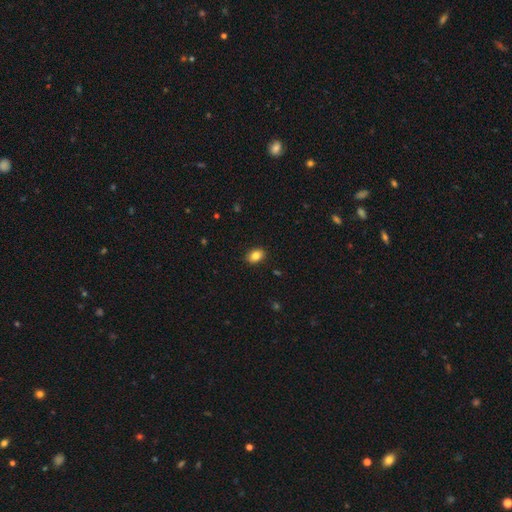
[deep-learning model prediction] Smooth or featured? Predicted: smooth (p=0.85). How rounded? Predicted: in between (p=0.79). Merging? Predicted: none (p=0.89).